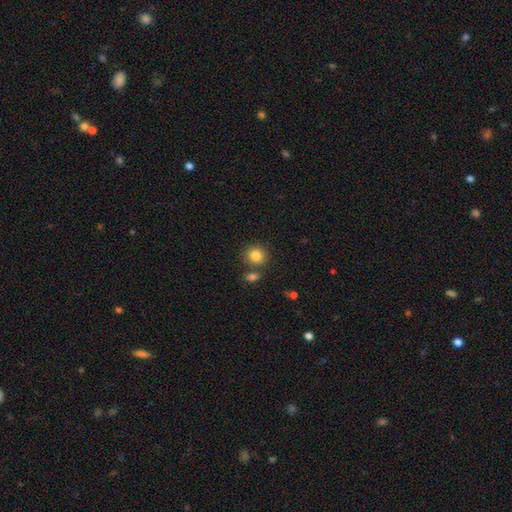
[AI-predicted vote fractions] smooth 84%, star or artifact 10%, featured or disk 6%. Down the decision tree: how rounded — round (83%); merging — none (75%).